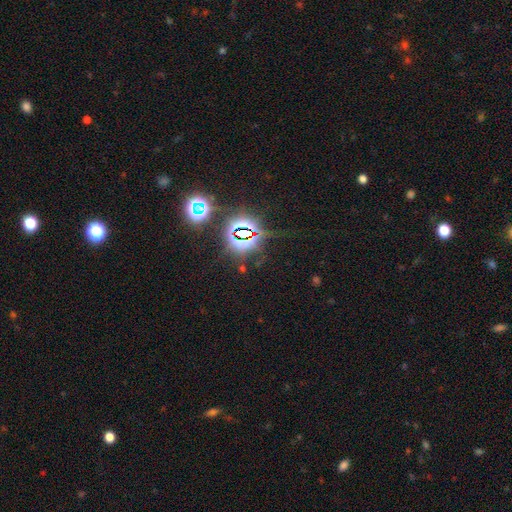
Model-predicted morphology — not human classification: Smooth or featured? star or artifact (80%)